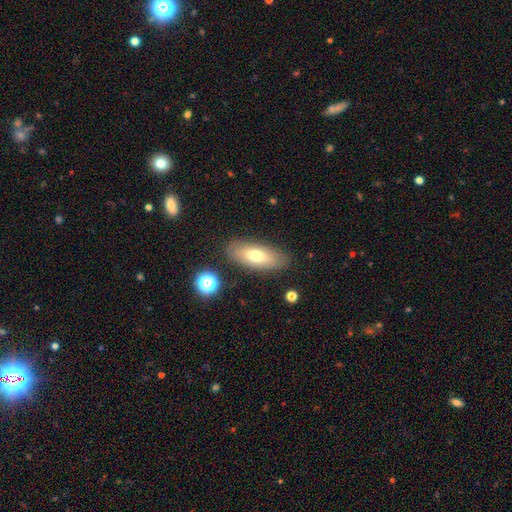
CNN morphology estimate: A smooth galaxy with no disk features (70%) that is in between round and cigar-shaped (80%). Merging: none (83%).